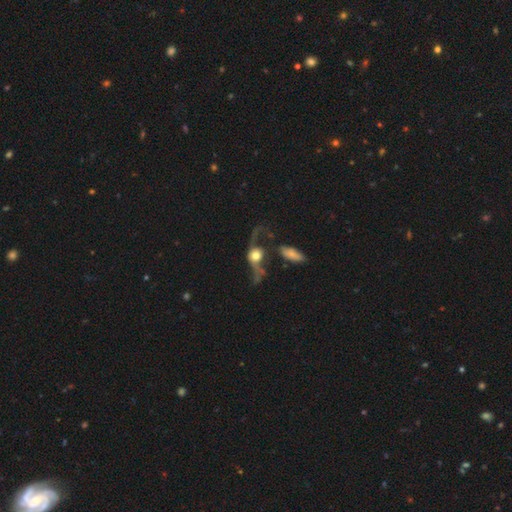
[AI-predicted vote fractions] Smooth or featured?
  - featured or disk: 60% *
  - smooth: 31%
  - star or artifact: 9%
Edge-on disk?
  - no: 79% *
  - yes: 21%
Merging?
  - major disturbance: 44% *
  - none: 27%
  - merger: 16%
  - minor disturbance: 14%